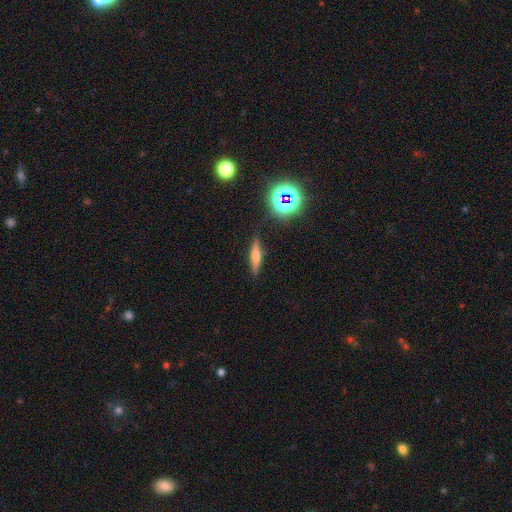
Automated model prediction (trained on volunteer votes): Smooth or featured? Predicted: smooth (p=0.49). Merging? Predicted: none (p=0.85).